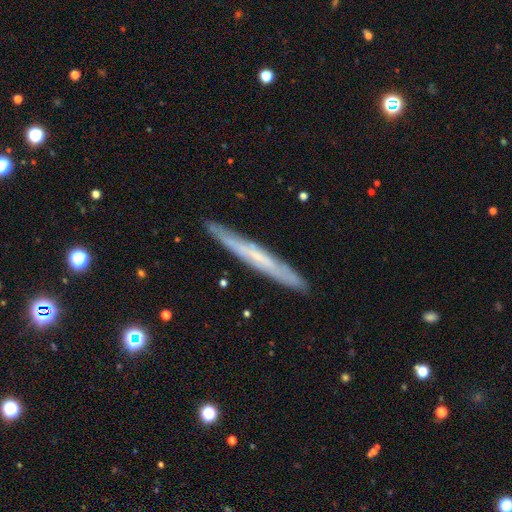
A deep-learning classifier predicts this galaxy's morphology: The model was most divided on "smooth or featured": featured or disk: 58%, smooth: 36%, star or artifact: 7%. More confident: edge-on disk — yes (89%); merging — none (88%); edge-on bulge — none (75%).